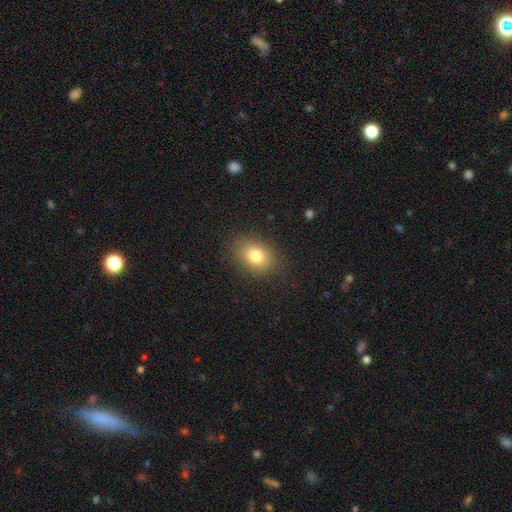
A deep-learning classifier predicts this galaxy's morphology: This is clearly a smooth galaxy (80%). How rounded: likely in between (68%). Merging: clearly none (86%).